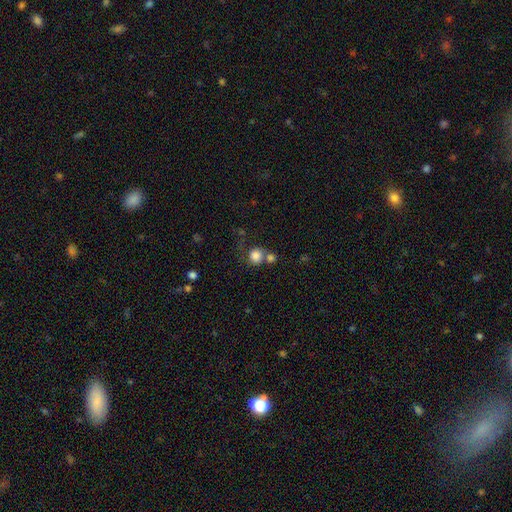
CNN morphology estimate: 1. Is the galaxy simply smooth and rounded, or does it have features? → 82% smooth, 10% star or artifact, 7% featured or disk.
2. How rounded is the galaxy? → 88% round, 11% in between, 1% cigar-shaped.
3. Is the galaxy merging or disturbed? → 50% none, 32% merger, 11% minor disturbance, 7% major disturbance.